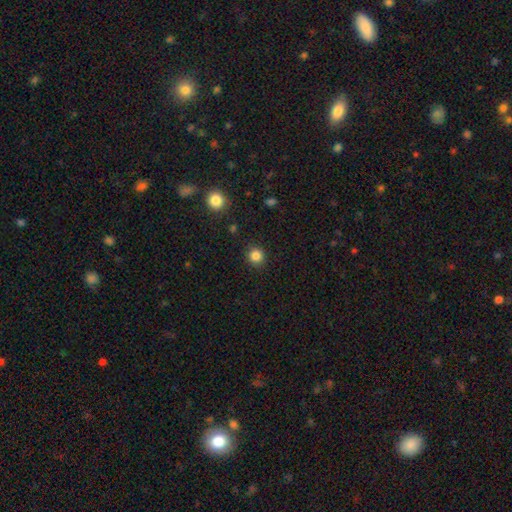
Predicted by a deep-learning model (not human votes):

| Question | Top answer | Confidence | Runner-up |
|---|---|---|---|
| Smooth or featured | smooth | 84% | star or artifact (12%) |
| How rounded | round | 91% | in between (8%) |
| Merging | none | 90% | minor disturbance (6%) |